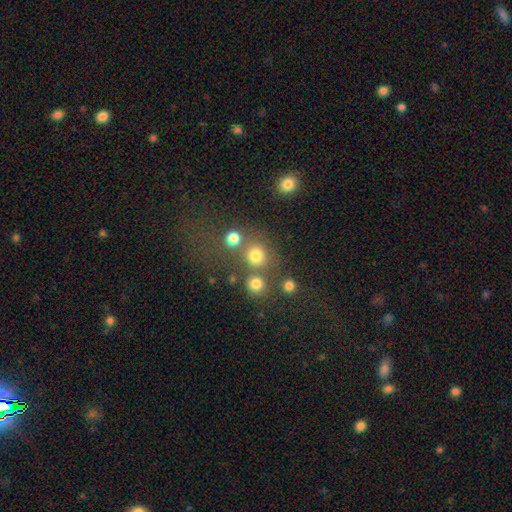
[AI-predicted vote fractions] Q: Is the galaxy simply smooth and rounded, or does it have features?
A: smooth — 77%.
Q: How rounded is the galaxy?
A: round — 88%.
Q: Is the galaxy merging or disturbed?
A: none — 65%.